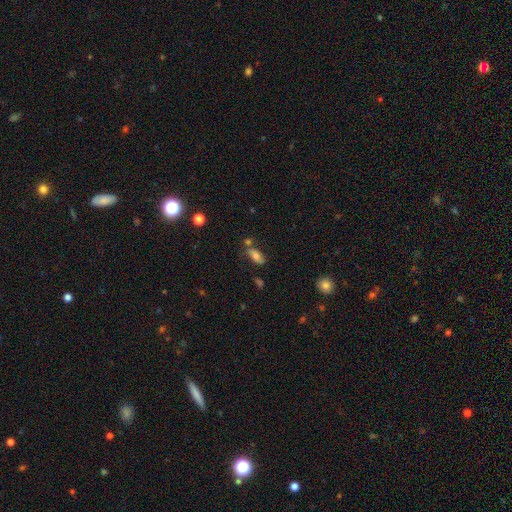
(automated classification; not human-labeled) A smooth galaxy with no disk features (70%) that is in between round and cigar-shaped (85%). Merging: none (59%).